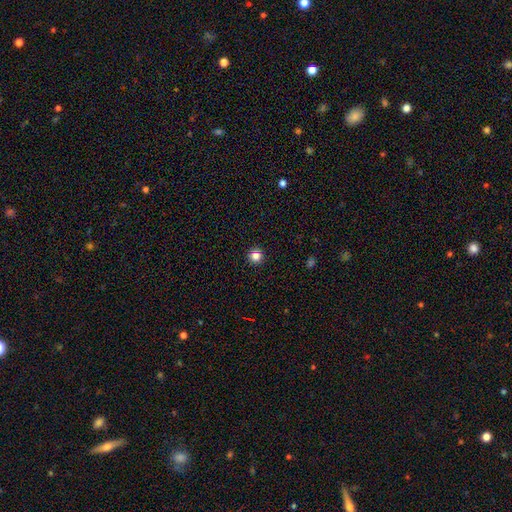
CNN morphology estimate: Q: Smooth or featured?
A: smooth (81%); runner-up: star or artifact (13%)
Q: How rounded?
A: round (95%); runner-up: in between (4%)
Q: Merging?
A: none (93%); runner-up: minor disturbance (5%)